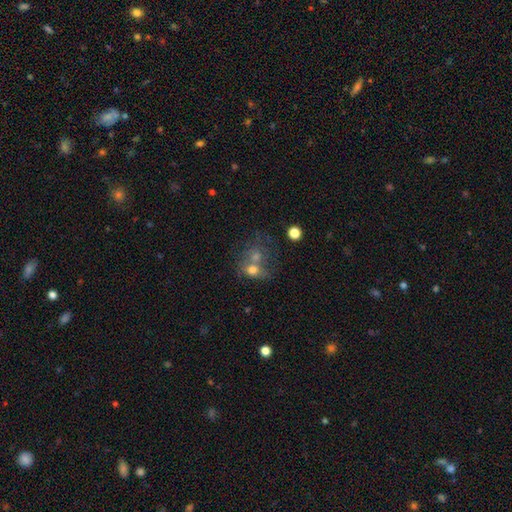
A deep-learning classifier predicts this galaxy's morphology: Overall: smooth (50%; featured or disk 32%). Merging: merger (61%; none 21%).